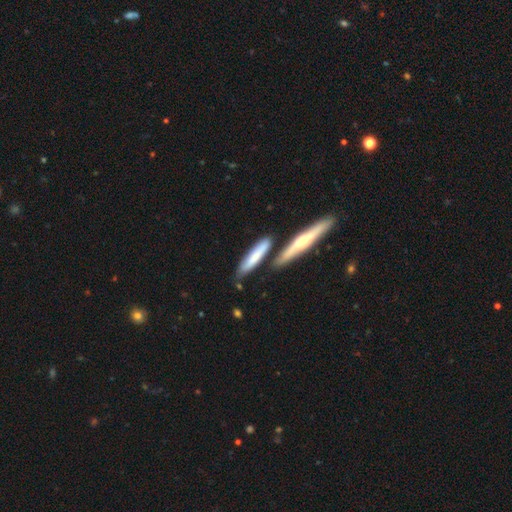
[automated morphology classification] smooth 70%, featured or disk 25%, star or artifact 5%. Down the decision tree: how rounded — cigar-shaped (82%); merging — none (68%).